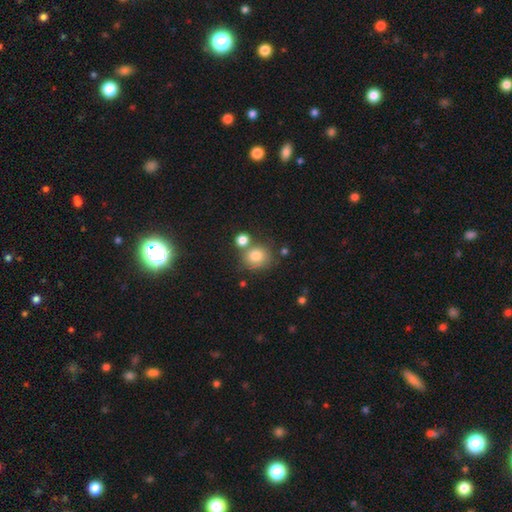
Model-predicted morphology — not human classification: Overall: smooth (79%). How rounded: round (76%). Merging: none (57%; merger 22%).